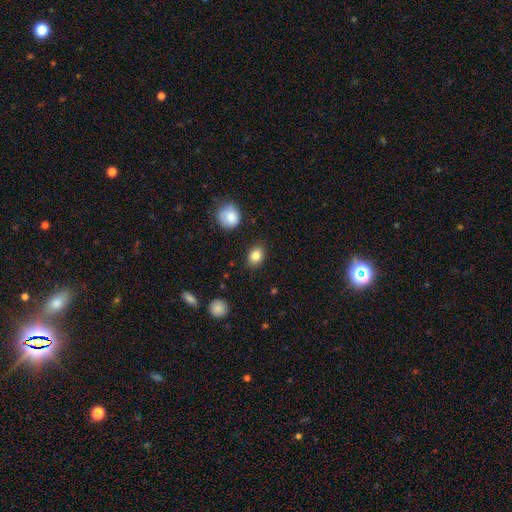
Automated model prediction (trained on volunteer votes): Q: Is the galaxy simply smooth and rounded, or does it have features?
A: smooth — 84%.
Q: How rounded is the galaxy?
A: in between — 61%.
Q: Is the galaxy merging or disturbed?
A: none — 87%.